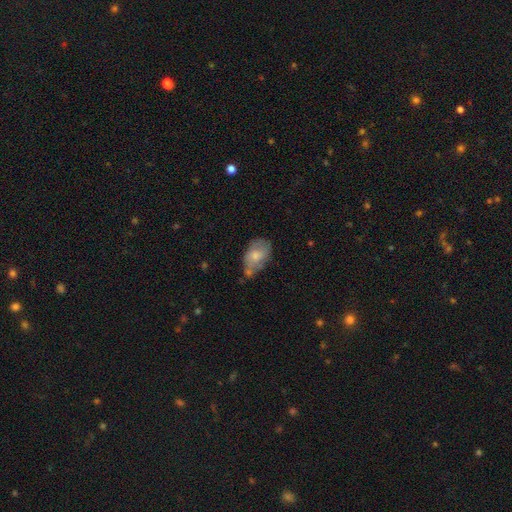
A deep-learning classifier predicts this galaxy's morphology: smooth-or-featured: smooth: 69% | featured or disk: 25% | star or artifact: 7%
  how-rounded: in between: 89% | round: 9% | cigar-shaped: 2%
  merging: none: 39% | minor disturbance: 35% | merger: 13% | major disturbance: 12%